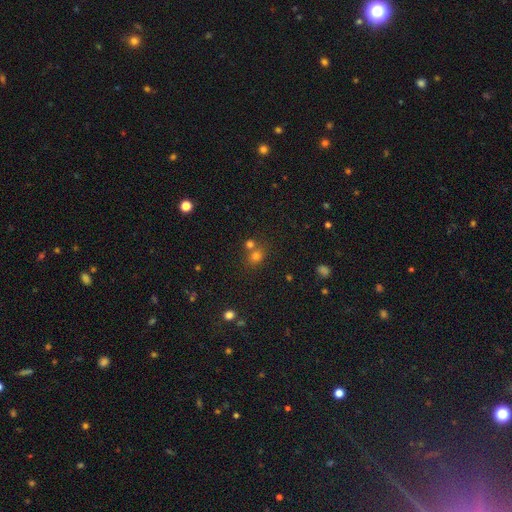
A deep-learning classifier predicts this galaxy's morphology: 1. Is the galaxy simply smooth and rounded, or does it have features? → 64% smooth, 27% star or artifact, 9% featured or disk.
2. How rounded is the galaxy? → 71% round, 28% in between, 1% cigar-shaped.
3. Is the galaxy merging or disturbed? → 60% none, 27% merger, 9% minor disturbance, 4% major disturbance.